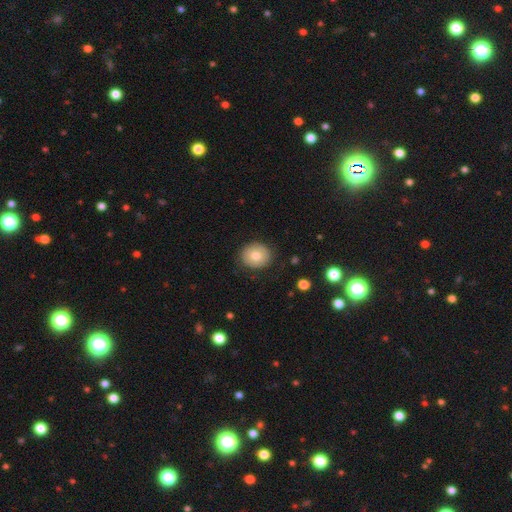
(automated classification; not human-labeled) This is likely a smooth galaxy (77%). How rounded: likely round (78%). Merging: clearly none (86%).